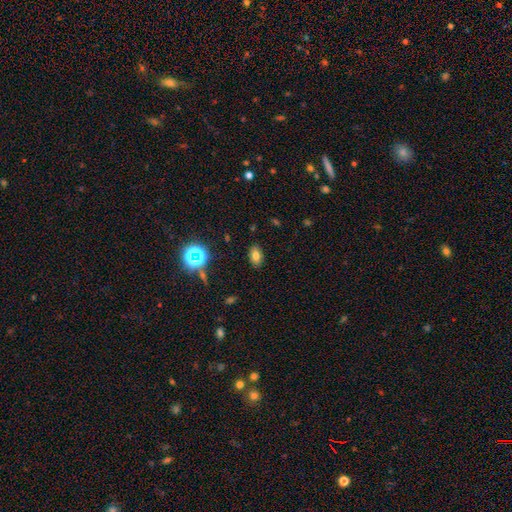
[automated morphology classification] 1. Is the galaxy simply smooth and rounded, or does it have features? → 72% smooth, 18% star or artifact, 11% featured or disk.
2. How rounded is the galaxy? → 88% in between, 10% round, 2% cigar-shaped.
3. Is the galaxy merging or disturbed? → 87% none, 9% minor disturbance, 3% major disturbance, 1% merger.